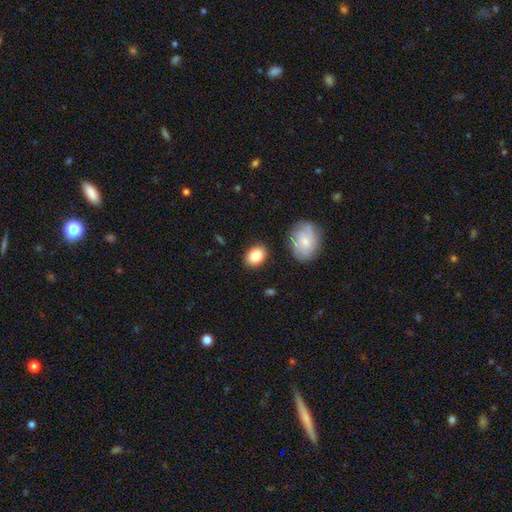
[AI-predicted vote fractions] smooth 83%, featured or disk 10%, star or artifact 7%. Down the decision tree: how rounded — in between (71%); merging — none (85%).